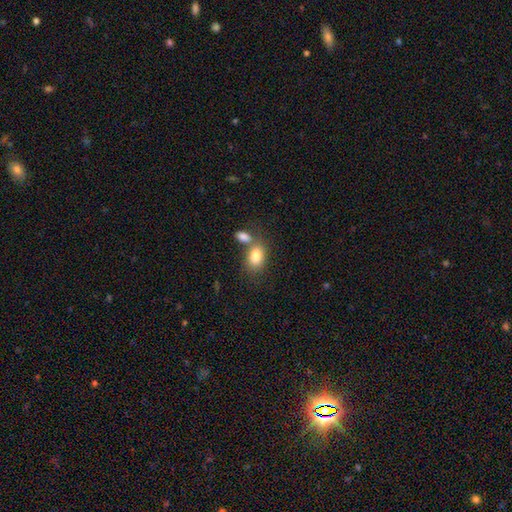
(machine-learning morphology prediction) Smooth or featured? Predicted: smooth (p=0.82). How rounded? Predicted: in between (p=0.86). Merging? Predicted: none (p=0.44).